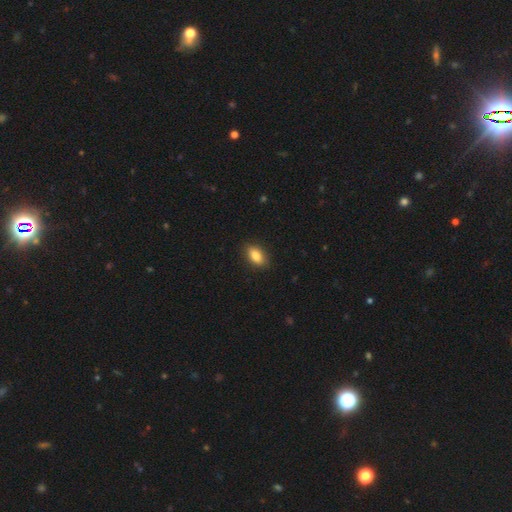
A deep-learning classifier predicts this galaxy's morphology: type=smooth (86%); roundness=in between (90%); merging=none (88%).